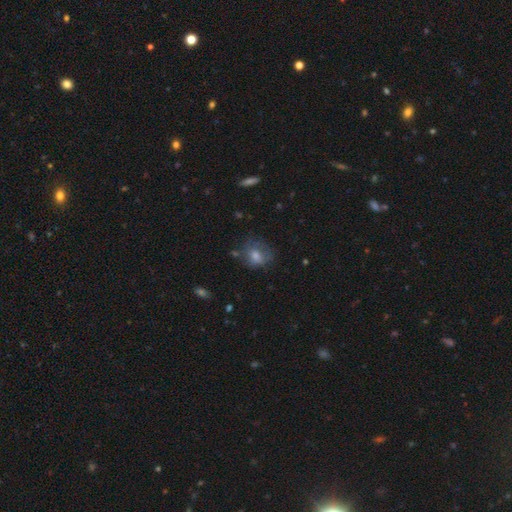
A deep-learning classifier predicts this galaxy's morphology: type=smooth (60%); roundness=round (59%); merging=none (60%).